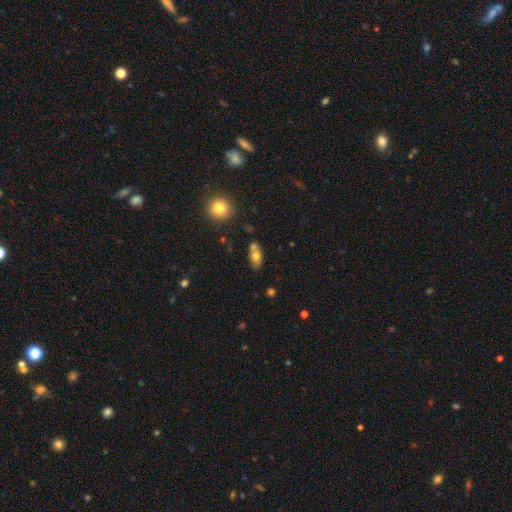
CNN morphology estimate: smooth_or_featured: smooth (p=0.72) [alt: featured or disk p=0.20]
how_rounded: in between (p=0.85) [alt: round p=0.09]
merging: none (p=0.51) [alt: merger p=0.30]